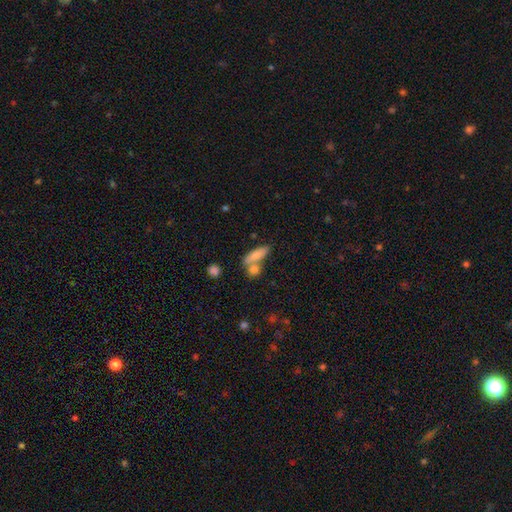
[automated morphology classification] Q: Smooth or featured?
A: smooth (78%); runner-up: featured or disk (15%)
Q: How rounded?
A: in between (51%); runner-up: cigar-shaped (44%)
Q: Merging?
A: none (50%); runner-up: merger (34%)